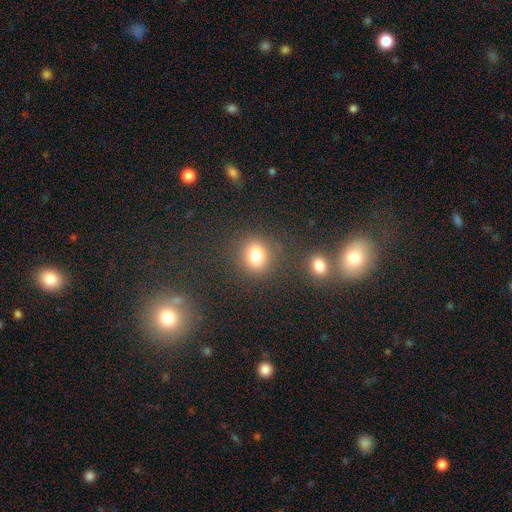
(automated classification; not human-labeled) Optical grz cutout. It shows a smooth galaxy with no disk features (80%) that is round (75%). Merging: none (81%).